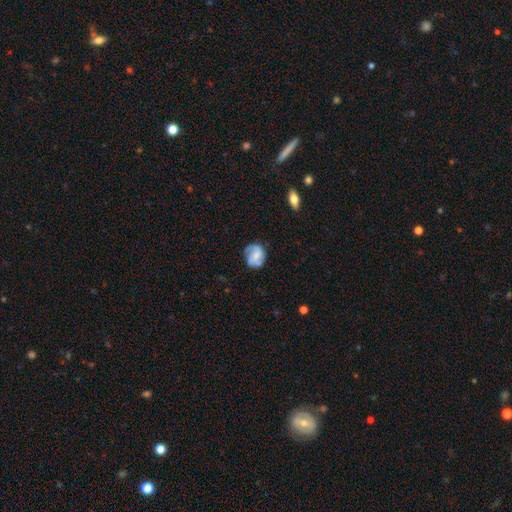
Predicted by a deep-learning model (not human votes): featured or disk 60%, smooth 33%, star or artifact 7%. Down the decision tree: edge-on disk — no (98%); bar — no (49%); spiral arms — yes (88%); spiral arm count — 2 (58%); spiral winding — medium (43%); bulge size — small (40%); merging — none (66%).